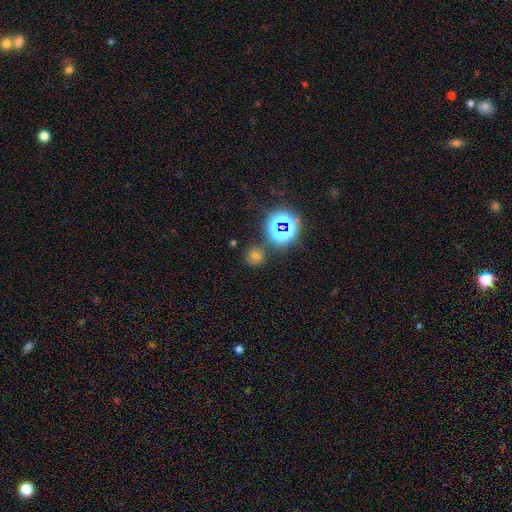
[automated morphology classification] smooth-or-featured: smooth: 61% | star or artifact: 30% | featured or disk: 8%
  how-rounded: round: 90% | in between: 9% | cigar-shaped: 1%
  merging: none: 80% | minor disturbance: 9% | merger: 8% | major disturbance: 3%